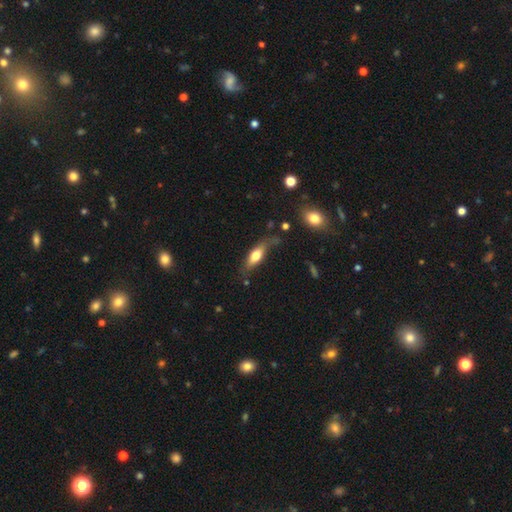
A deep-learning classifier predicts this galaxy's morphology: Overall: smooth (62%; featured or disk 31%). How rounded: in between (58%; cigar-shaped 39%). Merging: none (56%; minor disturbance 27%).